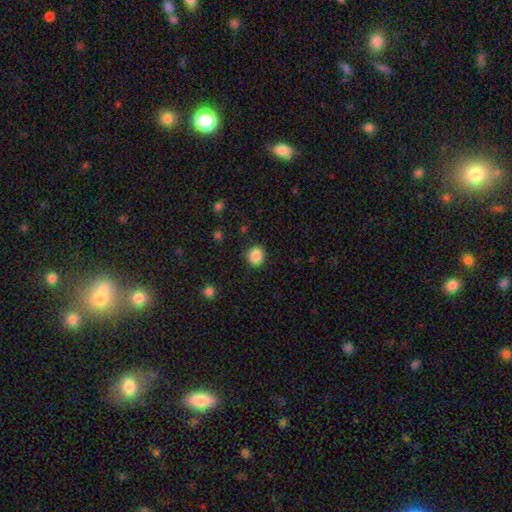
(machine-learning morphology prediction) A smooth galaxy with no disk features (87%) that is round (83%). Merging: none (88%).